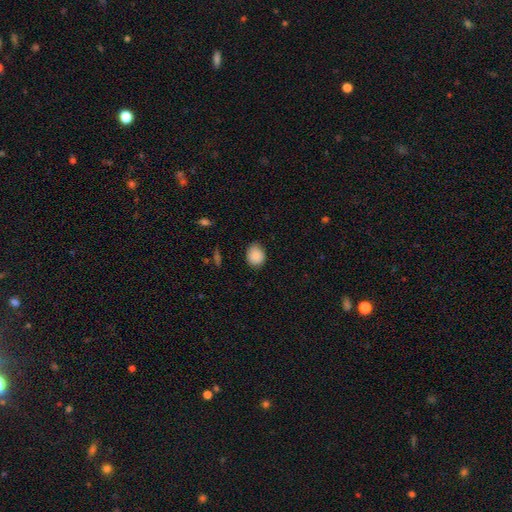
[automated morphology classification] smooth-or-featured: smooth: 87% | star or artifact: 8% | featured or disk: 5%
  how-rounded: round: 58% | in between: 41% | cigar-shaped: 1%
  merging: none: 78% | minor disturbance: 18% | major disturbance: 3% | merger: 1%